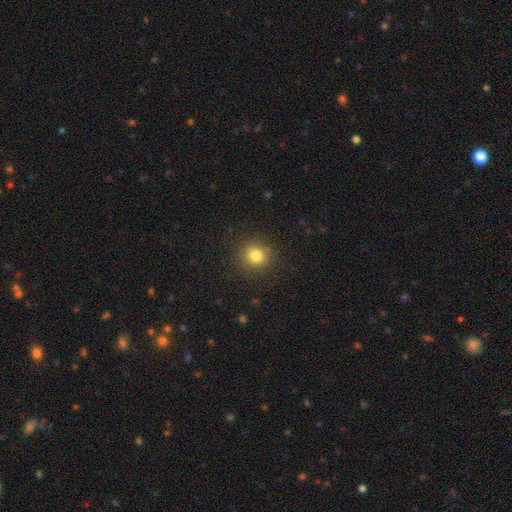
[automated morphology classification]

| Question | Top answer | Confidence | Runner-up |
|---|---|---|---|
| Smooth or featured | smooth | 82% | star or artifact (13%) |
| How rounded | round | 90% | in between (9%) |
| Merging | none | 88% | minor disturbance (8%) |